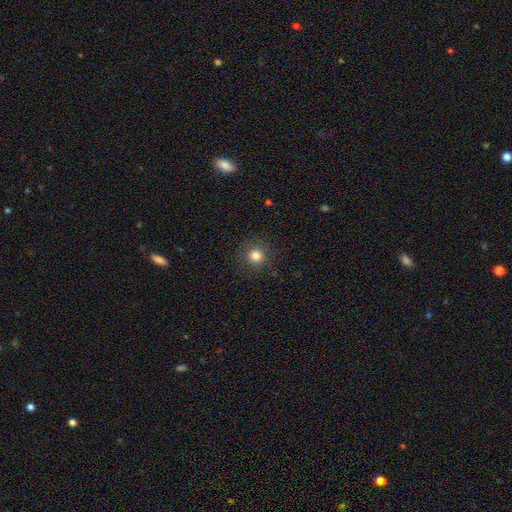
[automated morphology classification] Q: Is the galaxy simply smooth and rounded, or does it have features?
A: smooth — 82%.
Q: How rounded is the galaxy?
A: round — 94%.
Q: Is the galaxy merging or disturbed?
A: none — 89%.